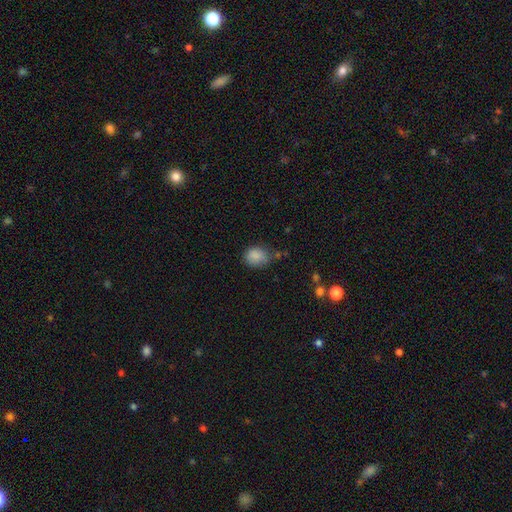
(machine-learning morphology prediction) Smooth or featured?
  - smooth: 85% *
  - star or artifact: 9%
  - featured or disk: 5%
How rounded?
  - round: 52% *
  - in between: 47%
  - cigar-shaped: 1%
Merging?
  - none: 58% *
  - minor disturbance: 30%
  - major disturbance: 8%
  - merger: 4%